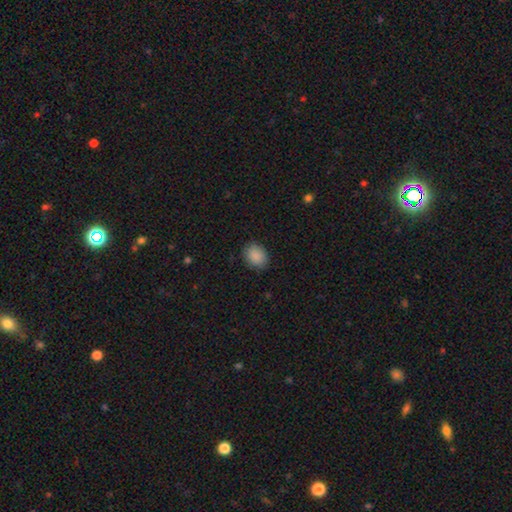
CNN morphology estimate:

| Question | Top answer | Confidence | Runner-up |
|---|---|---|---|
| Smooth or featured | smooth | 89% | star or artifact (8%) |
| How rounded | in between | 56% | round (43%) |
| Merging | none | 85% | minor disturbance (11%) |